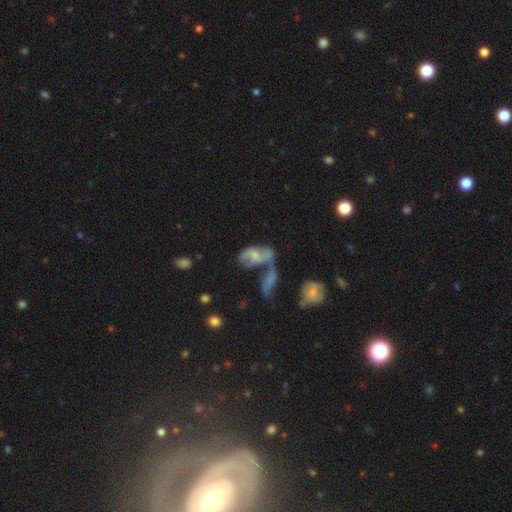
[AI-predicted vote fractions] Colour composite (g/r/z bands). It shows a featured or disk galaxy (59%) with no bar (51%), spiral arms (75%) and a small central bulge (38%). Merging: merger (51%).